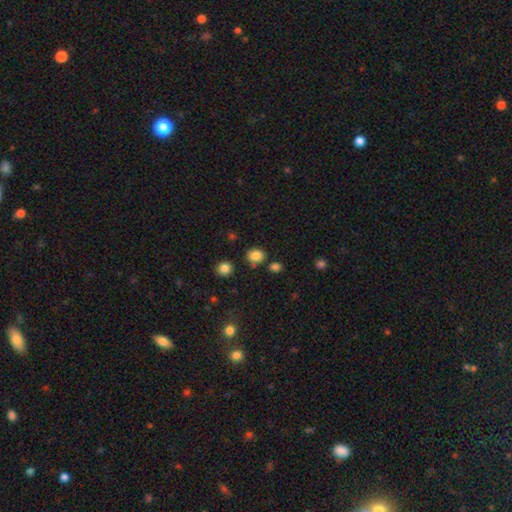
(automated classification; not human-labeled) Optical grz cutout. It shows a smooth galaxy with no disk features (84%) that is round (66%). Merging: none (77%).